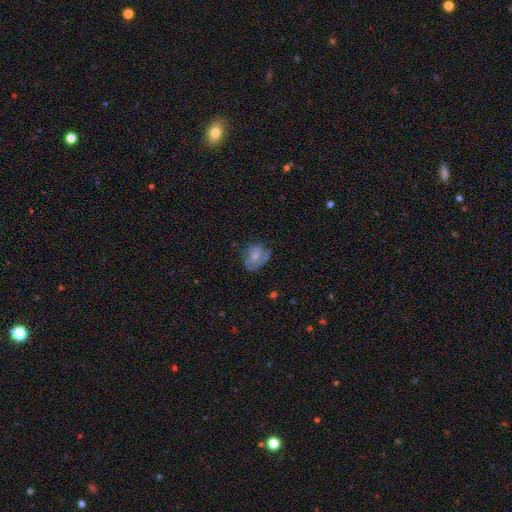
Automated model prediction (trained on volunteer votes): This is likely a featured or disk galaxy (62%). It is clearly not viewed edge-on (97%). Bar: possibly no (48%). Spiral arm pattern: clearly yes (84%). Spiral arm count: marginally 2 (43%). Spiral winding: marginally medium (44%). Central bulge: possibly small (46%). Merging: possibly none (60%).